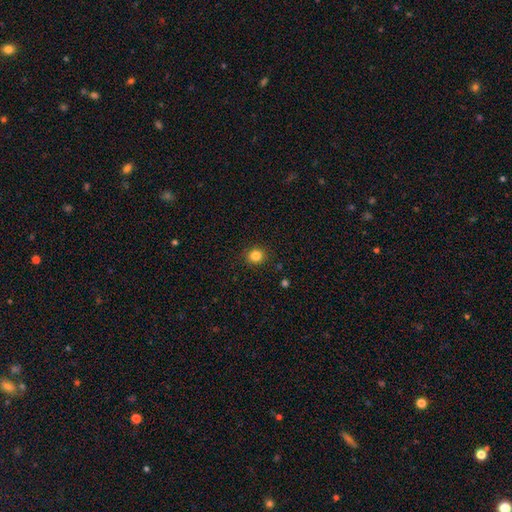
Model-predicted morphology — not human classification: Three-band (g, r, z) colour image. It shows a smooth galaxy with no disk features (83%) that is round (84%). Merging: none (89%).